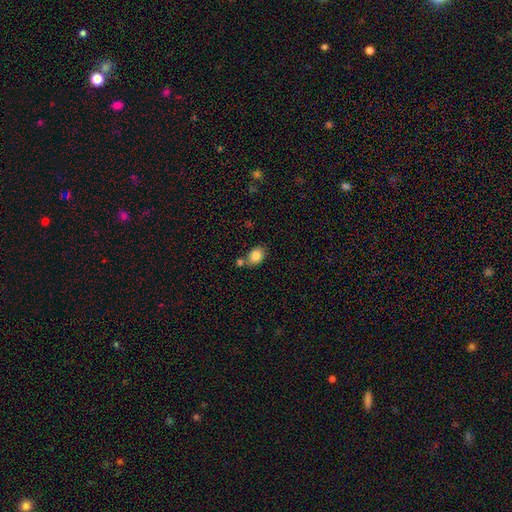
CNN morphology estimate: Q: Smooth or featured?
A: smooth (85%); runner-up: star or artifact (8%)
Q: How rounded?
A: in between (63%); runner-up: round (36%)
Q: Merging?
A: none (54%); runner-up: merger (28%)